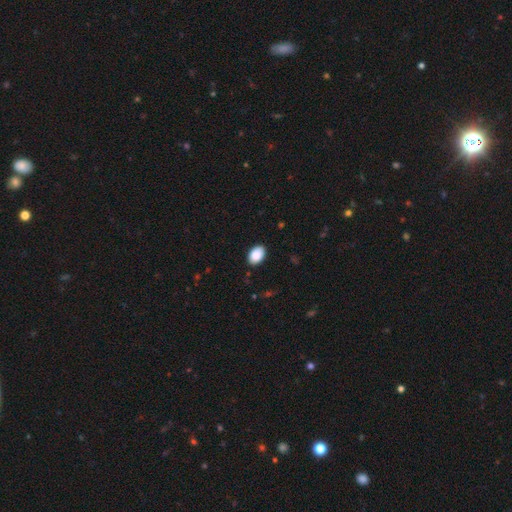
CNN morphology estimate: This is clearly a smooth galaxy (89%). How rounded: clearly in between (88%). Merging: clearly none (88%).